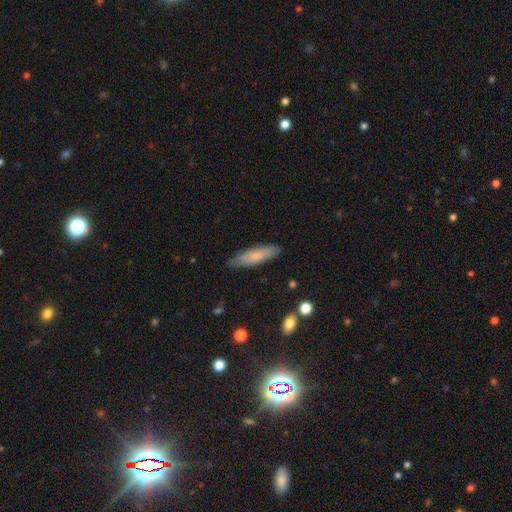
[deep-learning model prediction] Smooth or featured?
  - smooth: 74% *
  - featured or disk: 20%
  - star or artifact: 6%
How rounded?
  - cigar-shaped: 67% *
  - in between: 32%
  - round: 2%
Merging?
  - none: 83% *
  - minor disturbance: 13%
  - major disturbance: 2%
  - merger: 1%